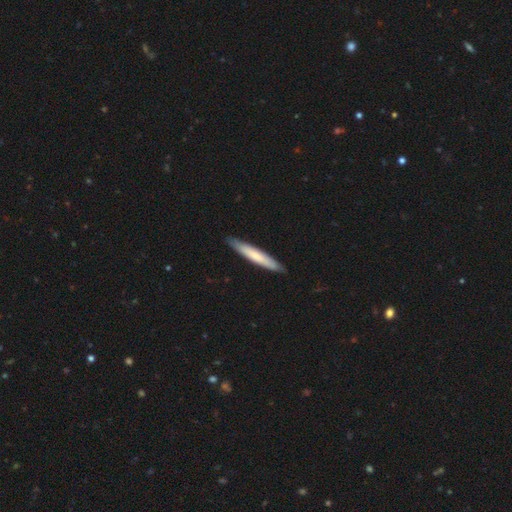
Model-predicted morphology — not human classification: The model was most divided on "smooth or featured": smooth: 66%, featured or disk: 29%, star or artifact: 5%. More confident: how rounded — cigar-shaped (94%); merging — none (89%).